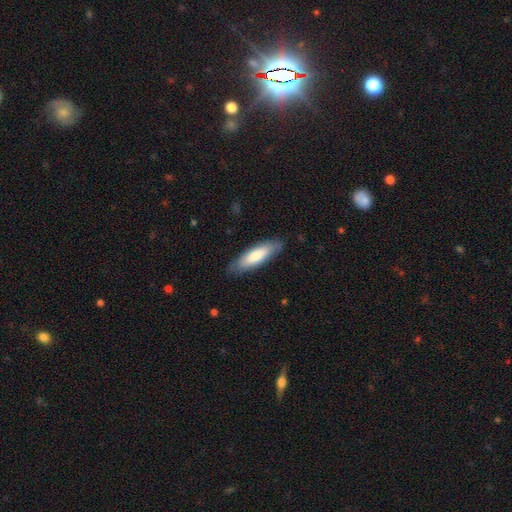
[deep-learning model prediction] Smooth or featured? Predicted: smooth (p=0.76). How rounded? Predicted: cigar-shaped (p=0.55). Merging? Predicted: none (p=0.84).